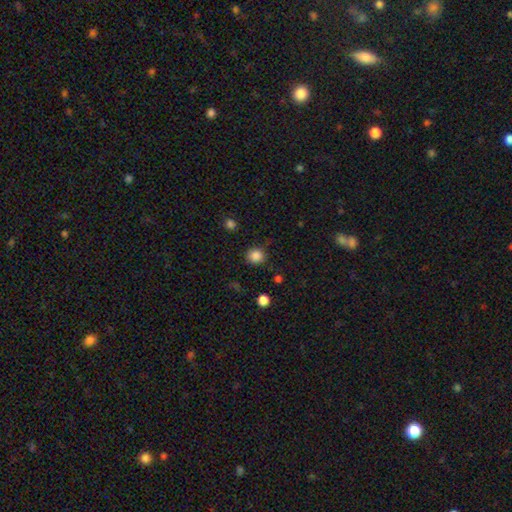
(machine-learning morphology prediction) Smooth or featured?
  - smooth: 85% *
  - star or artifact: 11%
  - featured or disk: 3%
How rounded?
  - round: 88% *
  - in between: 11%
  - cigar-shaped: 1%
Merging?
  - none: 83% *
  - minor disturbance: 12%
  - major disturbance: 3%
  - merger: 2%